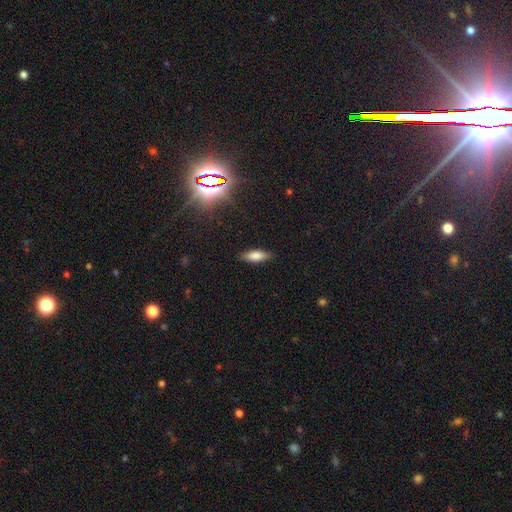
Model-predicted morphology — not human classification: Overall: smooth (76%). How rounded: in between (62%; cigar-shaped 36%). Merging: none (87%).